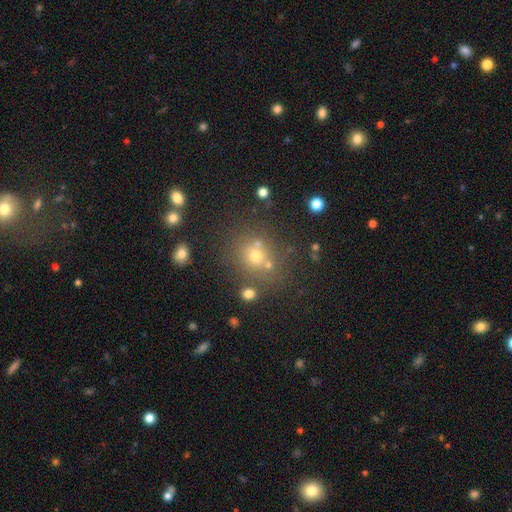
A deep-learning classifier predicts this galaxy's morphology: The model was most divided on "smooth or featured": smooth: 55%, star or artifact: 32%, featured or disk: 13%. More confident: how rounded — round (83%); merging — none (68%).